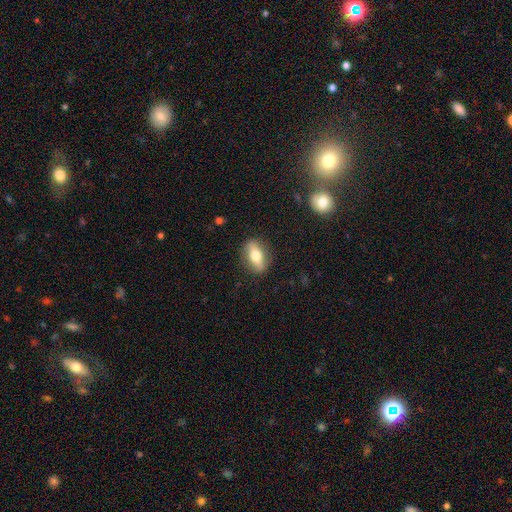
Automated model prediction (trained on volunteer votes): smooth_or_featured: smooth (p=0.53) [alt: featured or disk p=0.40]
how_rounded: in between (p=0.72) [alt: cigar-shaped p=0.17]
merging: none (p=0.85) [alt: minor disturbance p=0.10]